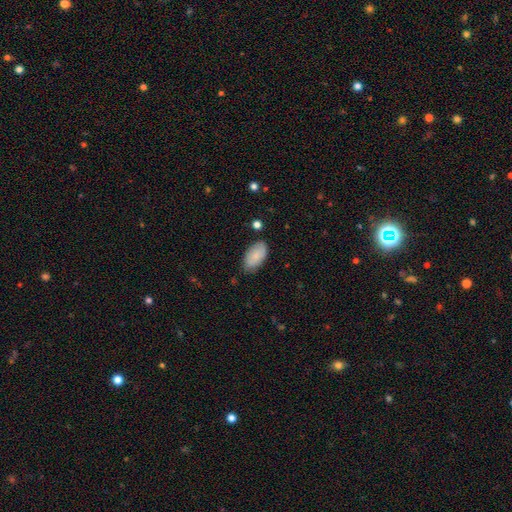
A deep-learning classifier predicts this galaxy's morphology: Q: Smooth or featured?
A: smooth (82%); runner-up: featured or disk (12%)
Q: How rounded?
A: in between (95%); runner-up: round (3%)
Q: Merging?
A: none (77%); runner-up: minor disturbance (18%)